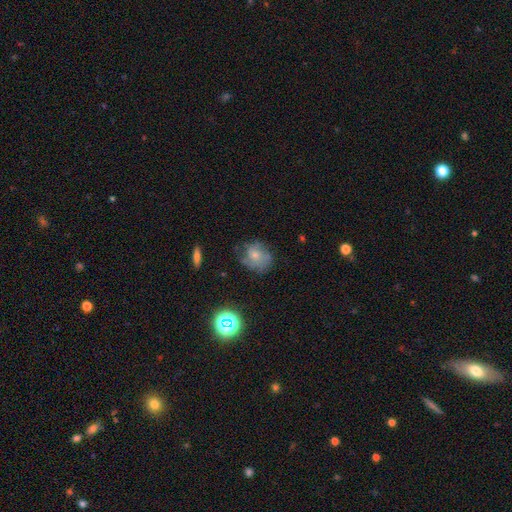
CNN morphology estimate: This appears to be a smooth galaxy with no disk features (54%) that is round (64%). Merging: none (55%).